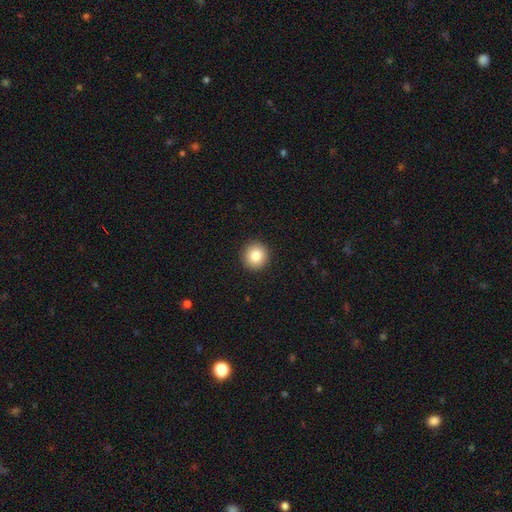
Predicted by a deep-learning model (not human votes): Q: Smooth or featured?
A: smooth (85%); runner-up: star or artifact (9%)
Q: How rounded?
A: round (94%); runner-up: in between (5%)
Q: Merging?
A: none (93%); runner-up: minor disturbance (5%)